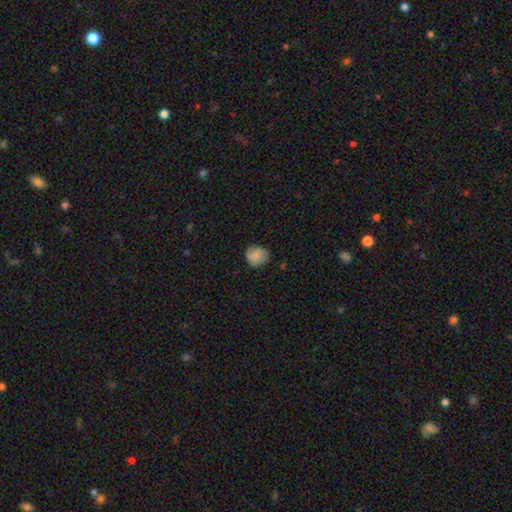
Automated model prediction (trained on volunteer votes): Smooth or featured? smooth (82%)
How rounded? round (84%)
Merging? none (78%)